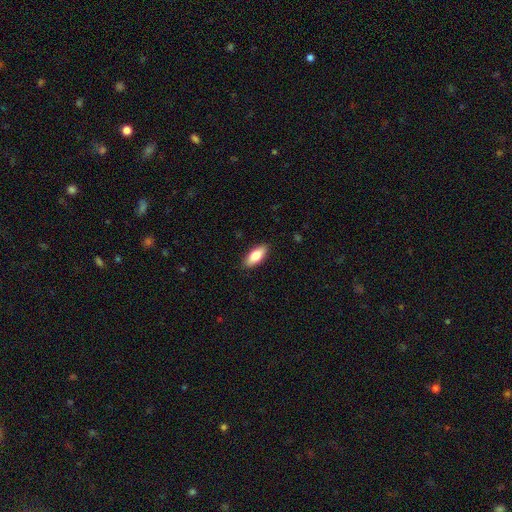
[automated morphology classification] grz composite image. It shows a smooth galaxy with no disk features (80%) that is in between round and cigar-shaped (78%). Merging: none (88%).